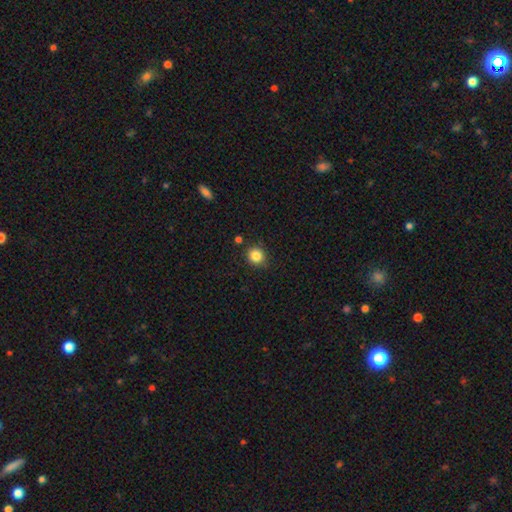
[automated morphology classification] smooth-or-featured: smooth: 85% | star or artifact: 11% | featured or disk: 4%
  how-rounded: round: 88% | in between: 11% | cigar-shaped: 1%
  merging: none: 84% | minor disturbance: 10% | merger: 3% | major disturbance: 3%